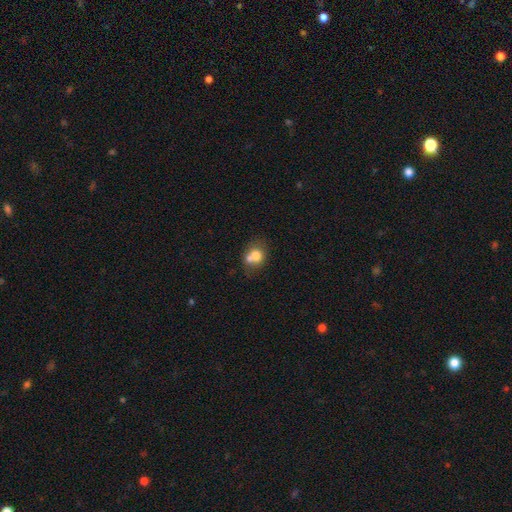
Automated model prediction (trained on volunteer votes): smooth-or-featured: smooth: 73% | featured or disk: 17% | star or artifact: 10%
  how-rounded: round: 65% | in between: 34% | cigar-shaped: 1%
  merging: merger: 48% | none: 37% | minor disturbance: 10% | major disturbance: 5%